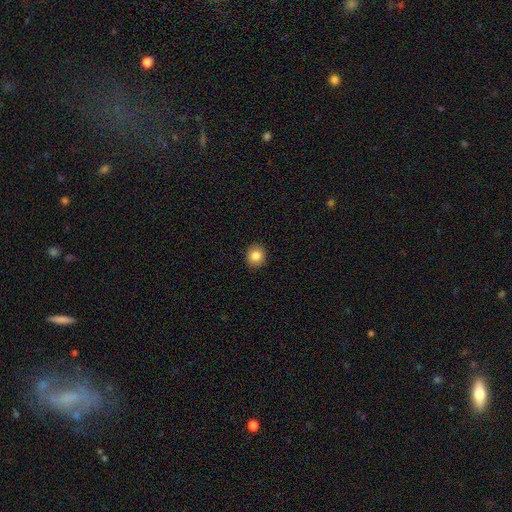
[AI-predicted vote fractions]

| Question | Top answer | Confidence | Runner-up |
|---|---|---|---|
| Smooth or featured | smooth | 85% | star or artifact (9%) |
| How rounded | round | 83% | in between (16%) |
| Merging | none | 91% | minor disturbance (6%) |